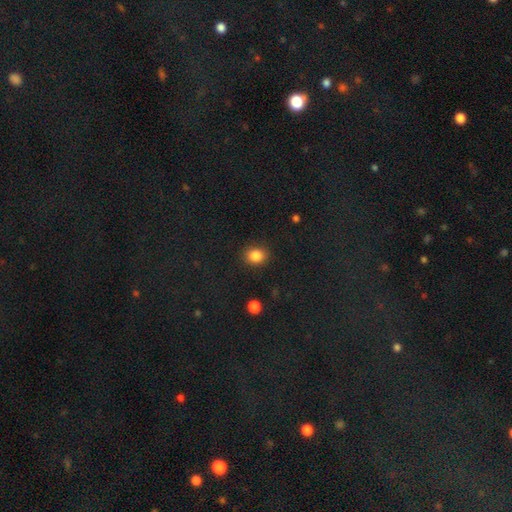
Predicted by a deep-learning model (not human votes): Smooth or featured? smooth (85%)
How rounded? round (67%)
Merging? none (89%)